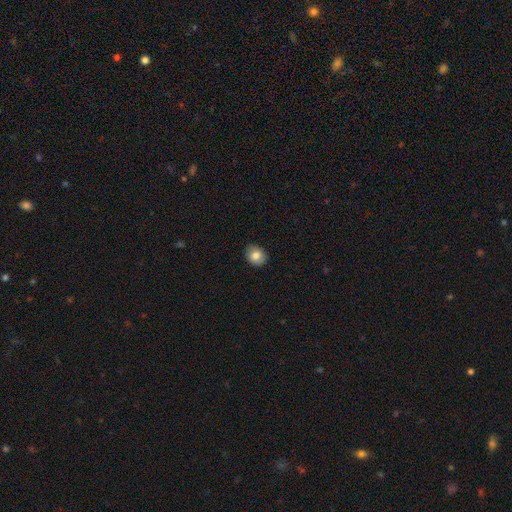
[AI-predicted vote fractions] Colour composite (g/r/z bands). It shows a smooth galaxy with no disk features (83%) that is round (61%). Merging: none (85%).